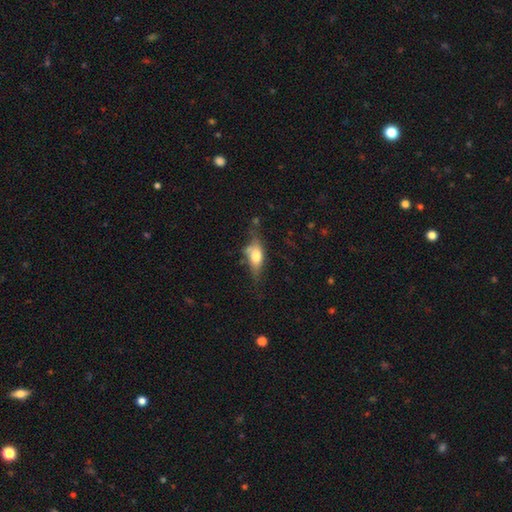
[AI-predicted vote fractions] A smooth galaxy with no disk features (58%) that is in between round and cigar-shaped (74%). Merging: none (48%).